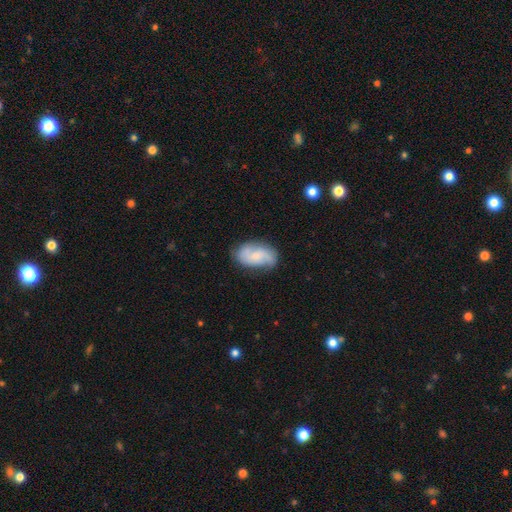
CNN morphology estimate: Smooth or featured? Predicted: featured or disk (p=0.54). Edge-on disk? Predicted: no (p=0.96). Bar? Predicted: no (p=0.59). Spiral arms? Predicted: yes (p=0.88). Bulge size? Predicted: small (p=0.50). Merging? Predicted: none (p=0.67).